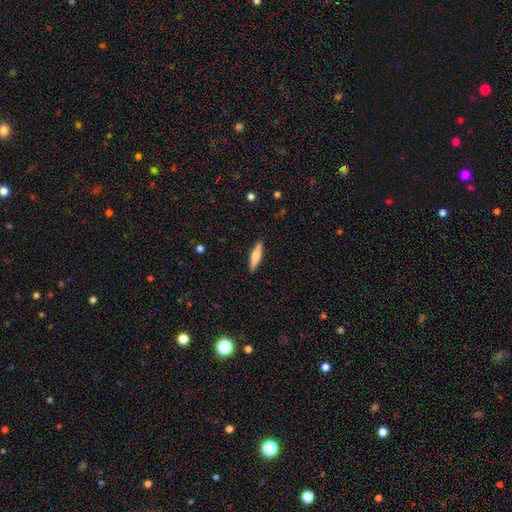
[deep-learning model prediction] Smooth or featured? smooth (64%)
How rounded? cigar-shaped (81%)
Merging? none (90%)